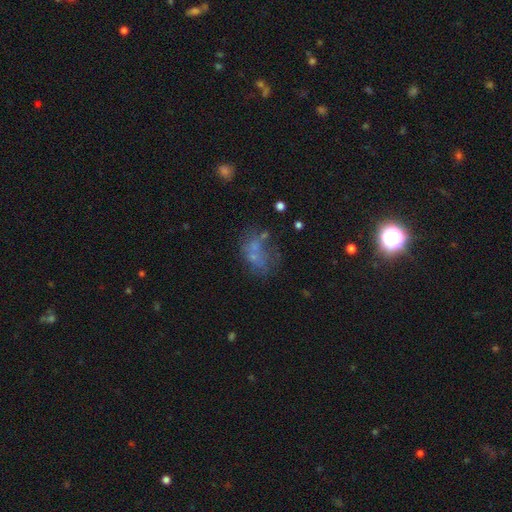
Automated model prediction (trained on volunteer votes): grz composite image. It shows a smooth galaxy with no disk features (41%). Merging: none (34%).